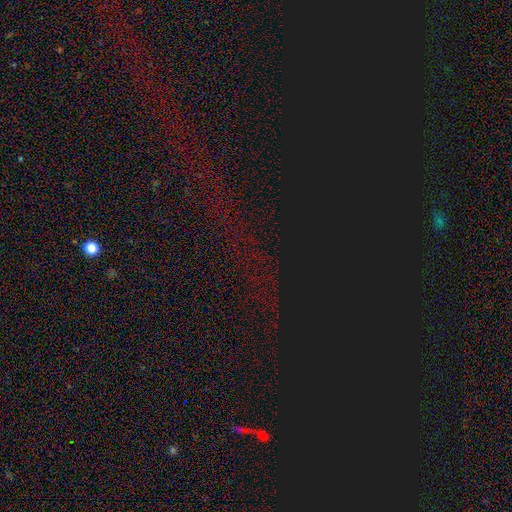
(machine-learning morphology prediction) This appears to be a star or artifact, not a galaxy (84%).